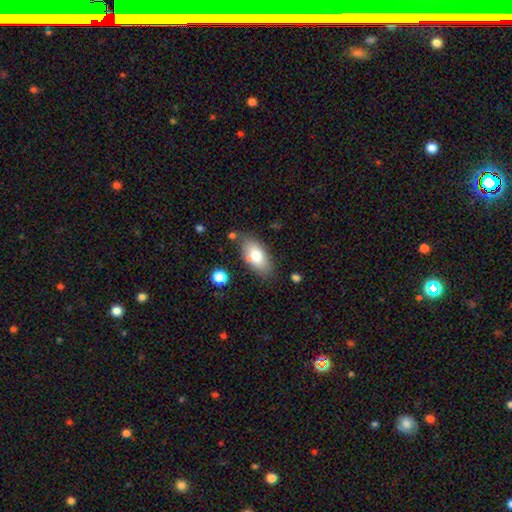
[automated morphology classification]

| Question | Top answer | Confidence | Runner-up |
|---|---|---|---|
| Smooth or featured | smooth | 76% | featured or disk (17%) |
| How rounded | in between | 90% | cigar-shaped (6%) |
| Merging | none | 76% | minor disturbance (15%) |